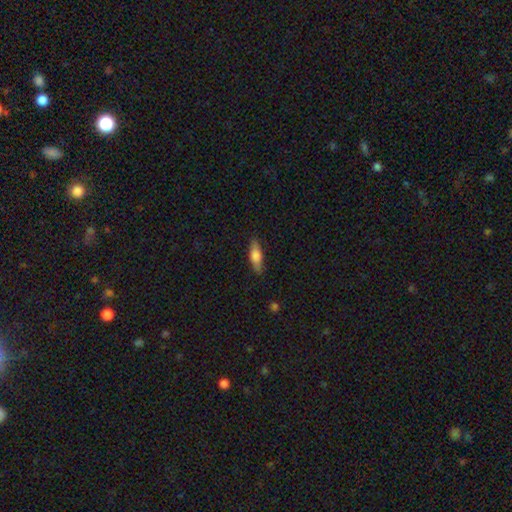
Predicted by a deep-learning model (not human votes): smooth-or-featured: smooth: 72% | featured or disk: 22% | star or artifact: 6%
  how-rounded: in between: 55% | cigar-shaped: 43% | round: 3%
  merging: none: 85% | minor disturbance: 12% | major disturbance: 3% | merger: 1%